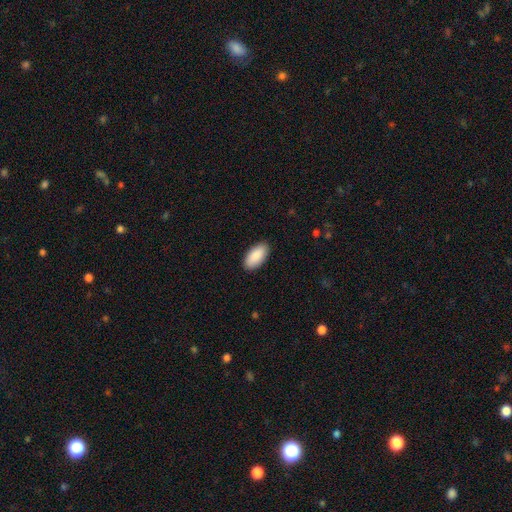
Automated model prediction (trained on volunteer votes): Q: Smooth or featured?
A: smooth (90%); runner-up: star or artifact (6%)
Q: How rounded?
A: in between (95%); runner-up: cigar-shaped (4%)
Q: Merging?
A: none (89%); runner-up: minor disturbance (8%)